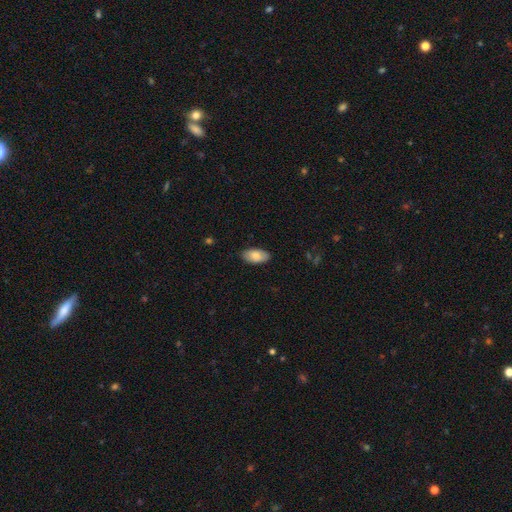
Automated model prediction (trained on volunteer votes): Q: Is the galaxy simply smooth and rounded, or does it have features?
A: smooth — 78%.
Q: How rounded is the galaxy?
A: in between — 94%.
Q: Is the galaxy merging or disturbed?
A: none — 86%.